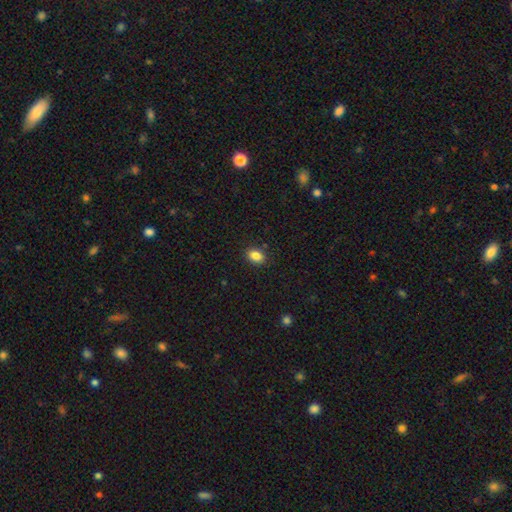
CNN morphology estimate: Smooth or featured? Predicted: smooth (p=0.86). How rounded? Predicted: in between (p=0.75). Merging? Predicted: none (p=0.89).